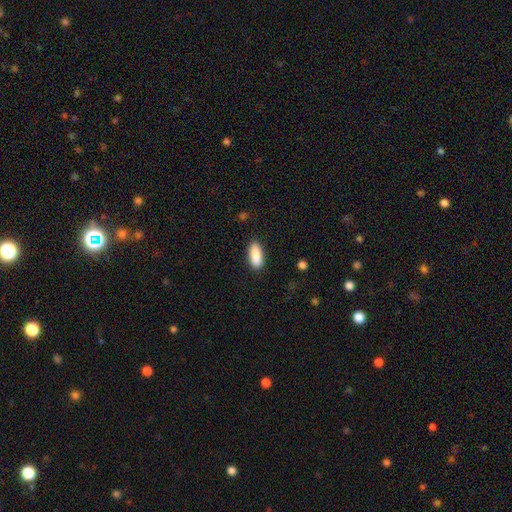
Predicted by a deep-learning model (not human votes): A smooth galaxy with no disk features (90%) that is in between round and cigar-shaped (78%). Merging: none (88%).